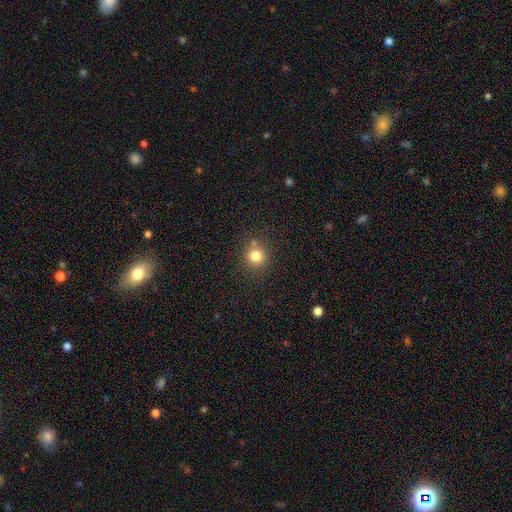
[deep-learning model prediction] smooth_or_featured: smooth (p=0.80) [alt: star or artifact p=0.13]
how_rounded: round (p=0.91) [alt: in between p=0.08]
merging: none (p=0.76) [alt: minor disturbance p=0.10]